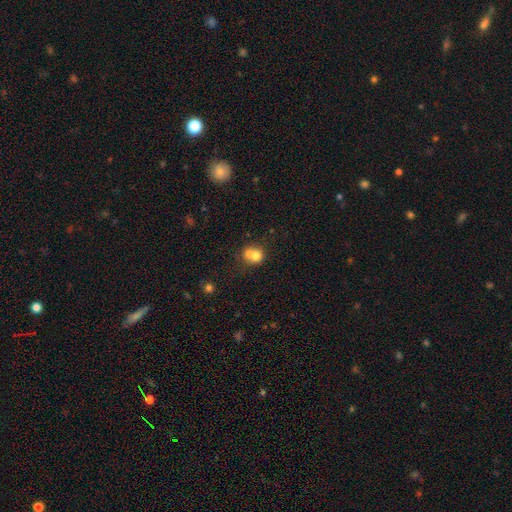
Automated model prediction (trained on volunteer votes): Q: Smooth or featured?
A: smooth (69%); runner-up: featured or disk (19%)
Q: How rounded?
A: round (71%); runner-up: in between (28%)
Q: Merging?
A: merger (59%); runner-up: none (29%)